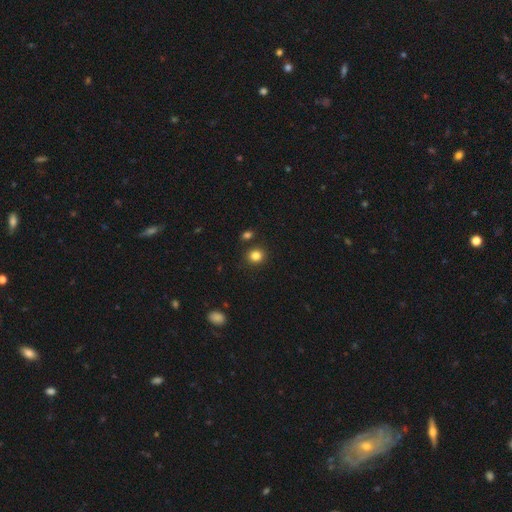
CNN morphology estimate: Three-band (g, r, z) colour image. It shows a smooth galaxy with no disk features (83%) that is round (78%). Merging: none (85%).